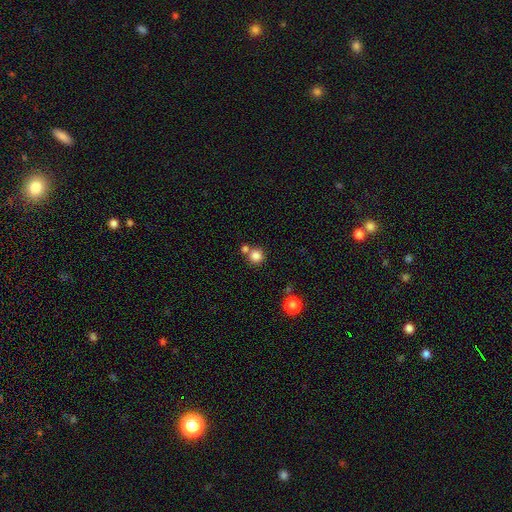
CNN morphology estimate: Overall: smooth (83%). How rounded: round (93%). Merging: none (65%).